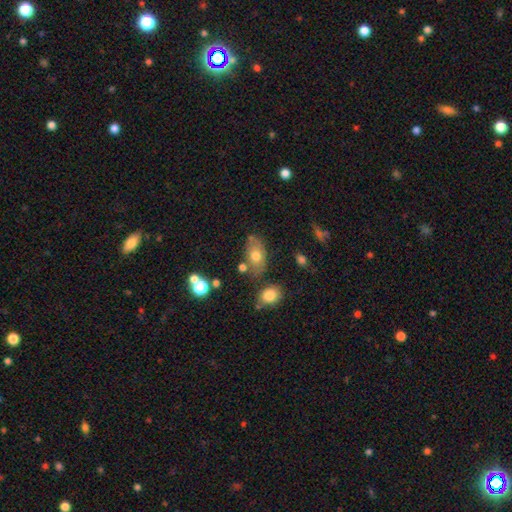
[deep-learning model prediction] This is likely a smooth galaxy (65%). How rounded: clearly in between (87%). Merging: likely none (61%).